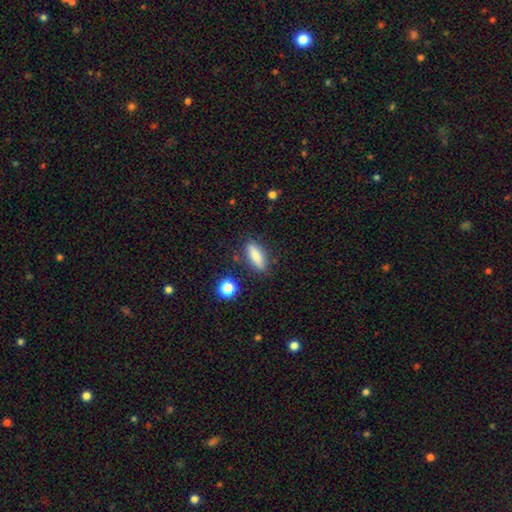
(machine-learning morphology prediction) smooth 81%, featured or disk 11%, star or artifact 8%. Down the decision tree: how rounded — in between (60%); merging — none (82%).